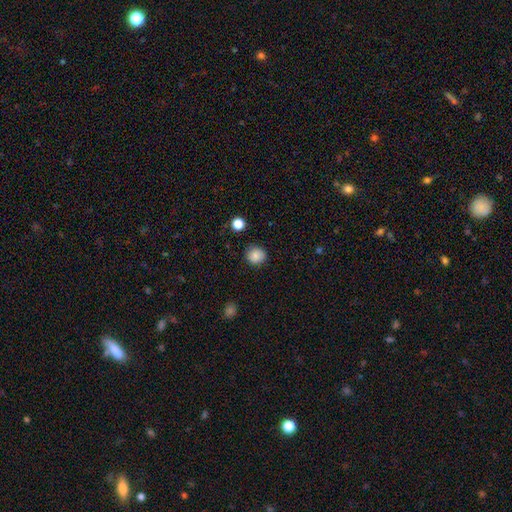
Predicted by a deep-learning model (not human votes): This appears to be a smooth galaxy with no disk features (85%) that is round (88%). Merging: none (87%).